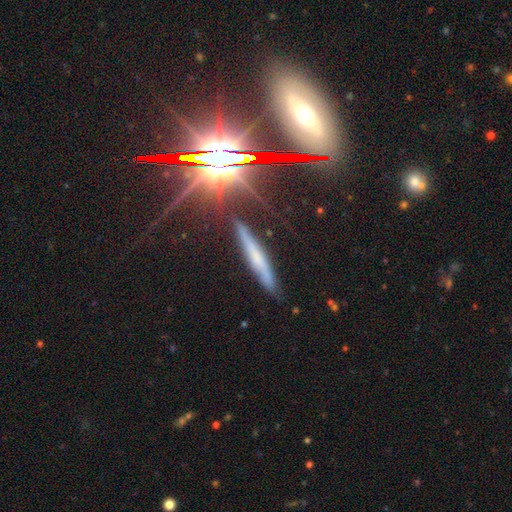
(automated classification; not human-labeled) Q: Smooth or featured?
A: featured or disk (41%); runner-up: smooth (38%)
Q: Merging?
A: none (85%); runner-up: minor disturbance (11%)